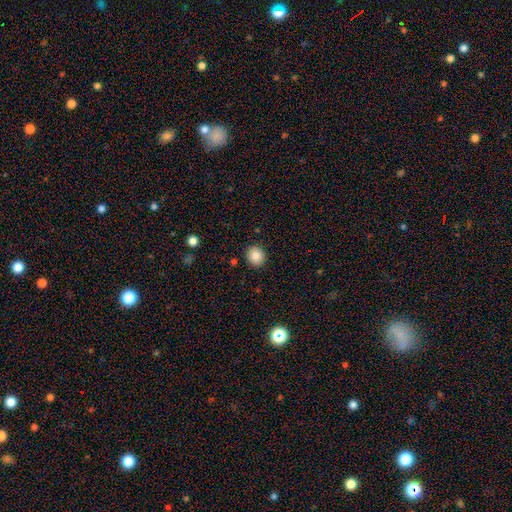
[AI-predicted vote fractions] Morphology: type=smooth (85%); roundness=round (79%); merging=none (90%).